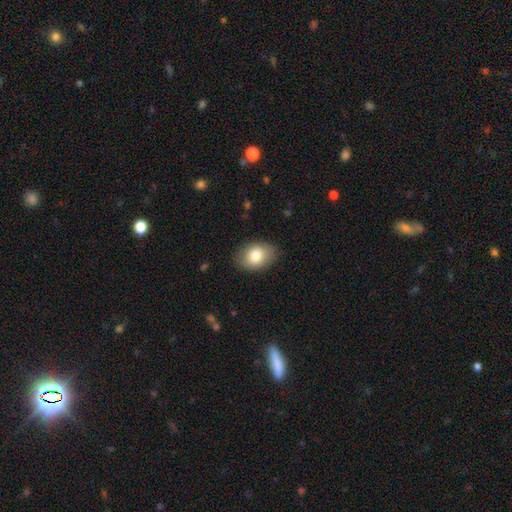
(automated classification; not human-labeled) This appears to be a smooth galaxy with no disk features (81%) that is in between round and cigar-shaped (79%). Merging: none (85%).